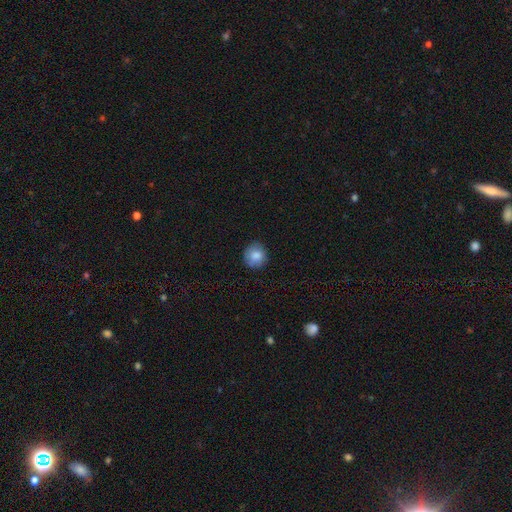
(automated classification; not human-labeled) Smooth or featured?
  - smooth: 82% *
  - featured or disk: 10%
  - star or artifact: 8%
How rounded?
  - round: 88% *
  - in between: 11%
  - cigar-shaped: 1%
Merging?
  - none: 83% *
  - minor disturbance: 13%
  - major disturbance: 3%
  - merger: 1%